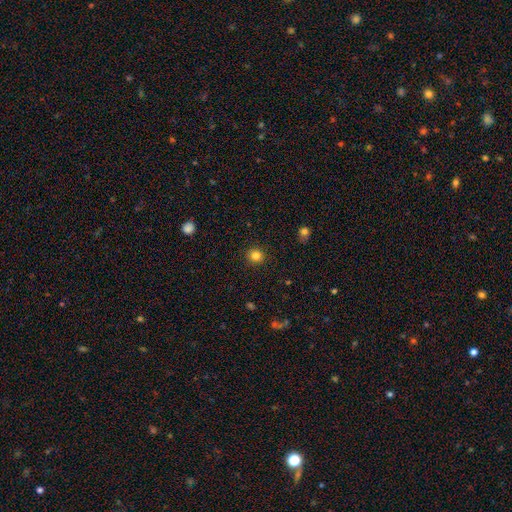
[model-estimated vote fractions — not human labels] A smooth galaxy with no disk features (83%) that is round (91%). Merging: none (92%).